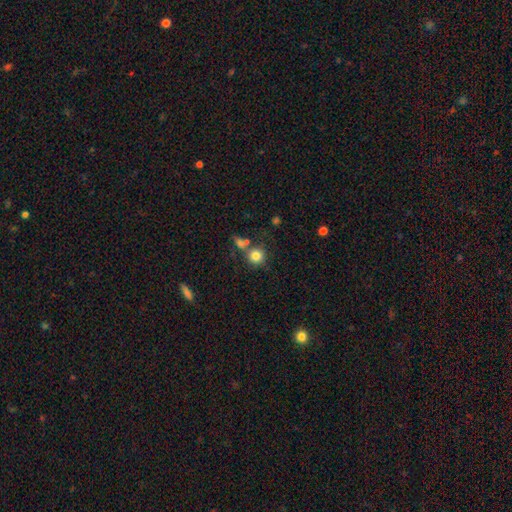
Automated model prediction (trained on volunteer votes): A smooth galaxy with no disk features (82%) that is round (91%). Merging: none (65%).